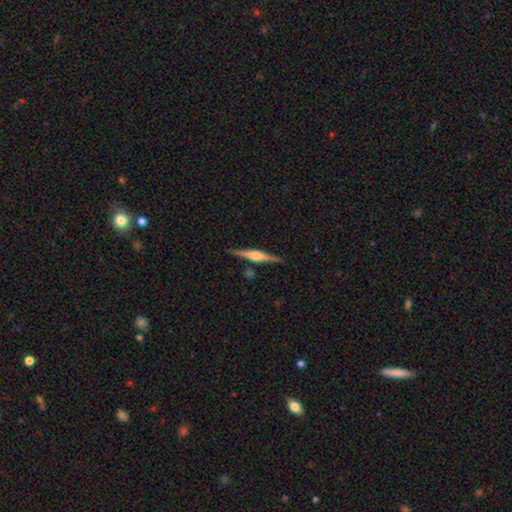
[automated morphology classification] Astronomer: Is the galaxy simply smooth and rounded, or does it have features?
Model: featured or disk — 75%.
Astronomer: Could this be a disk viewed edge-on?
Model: yes — 98%.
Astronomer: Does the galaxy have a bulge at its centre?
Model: rounded — 76%.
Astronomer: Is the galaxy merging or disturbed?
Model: none — 87%.